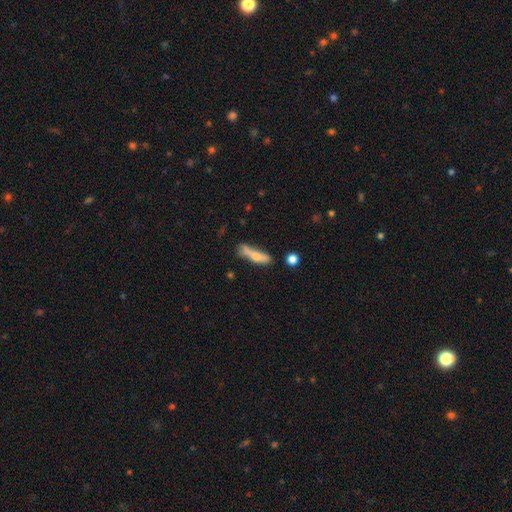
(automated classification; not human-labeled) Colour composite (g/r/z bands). It shows a smooth galaxy with no disk features (58%) that is cigar-shaped (75%). Merging: none (50%).